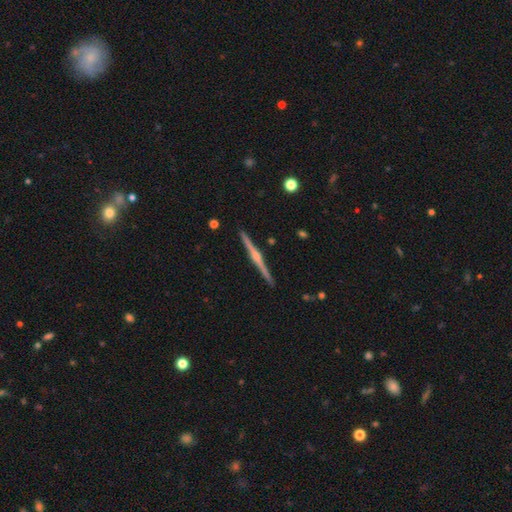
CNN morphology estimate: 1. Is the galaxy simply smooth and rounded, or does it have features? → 84% featured or disk, 11% smooth, 5% star or artifact.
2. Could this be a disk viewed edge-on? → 99% yes, 1% no.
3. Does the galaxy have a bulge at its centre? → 87% rounded, 7% none, 6% boxy.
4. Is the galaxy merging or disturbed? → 92% none, 5% minor disturbance, 1% merger, 1% major disturbance.